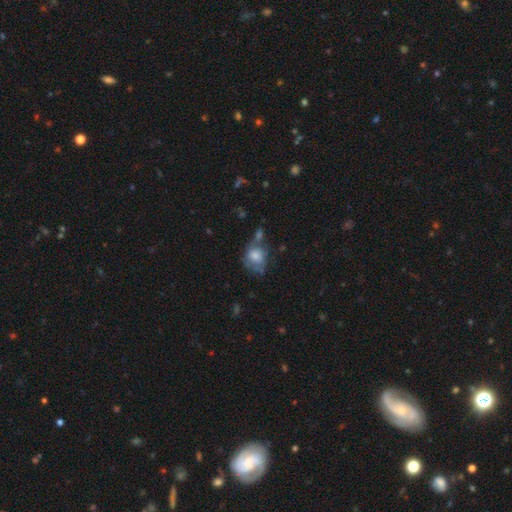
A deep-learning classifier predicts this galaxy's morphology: smooth 66%, featured or disk 26%, star or artifact 9%. Down the decision tree: how rounded — round (61%); merging — none (37%).